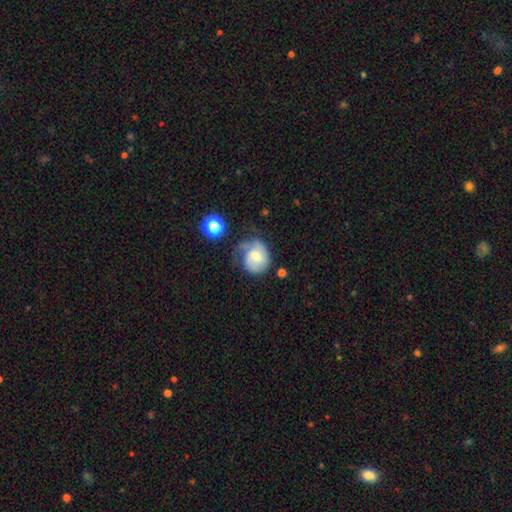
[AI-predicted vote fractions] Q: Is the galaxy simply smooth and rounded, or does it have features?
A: smooth — 49%.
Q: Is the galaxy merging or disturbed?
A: none — 37%.